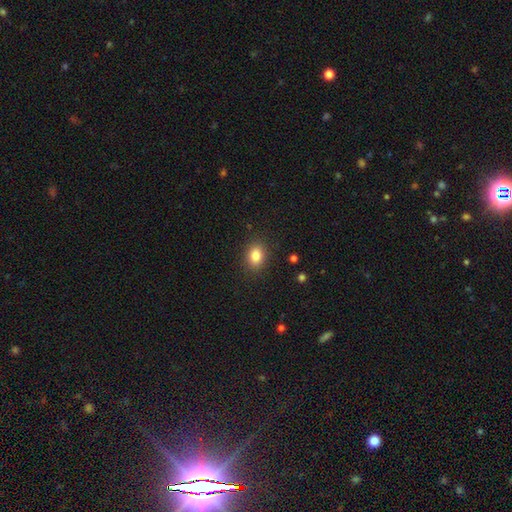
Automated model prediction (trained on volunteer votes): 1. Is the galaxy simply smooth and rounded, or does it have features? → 85% smooth, 9% star or artifact, 6% featured or disk.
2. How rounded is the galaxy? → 69% in between, 30% round, 1% cigar-shaped.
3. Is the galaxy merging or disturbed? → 87% none, 9% minor disturbance, 3% major disturbance, 1% merger.